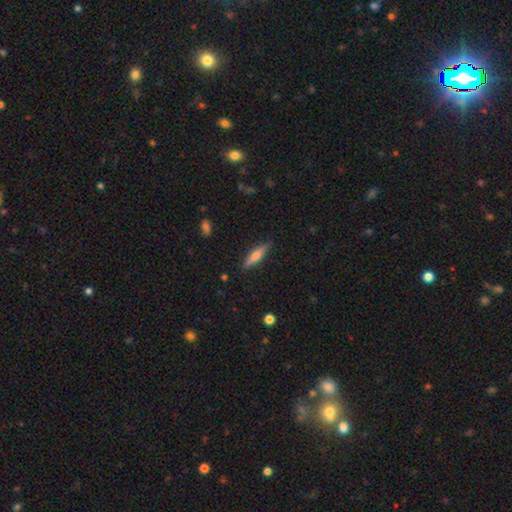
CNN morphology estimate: featured or disk 47%, smooth 46%, star or artifact 7%. Down the decision tree: merging — none (88%).